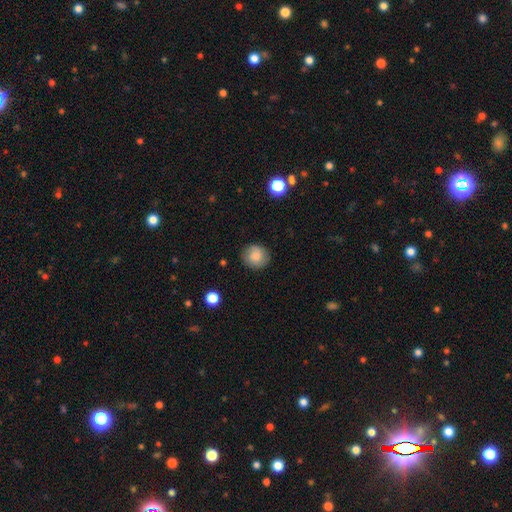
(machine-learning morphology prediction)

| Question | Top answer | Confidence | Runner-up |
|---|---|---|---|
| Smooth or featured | smooth | 84% | star or artifact (8%) |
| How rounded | round | 89% | in between (10%) |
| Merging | none | 86% | minor disturbance (10%) |